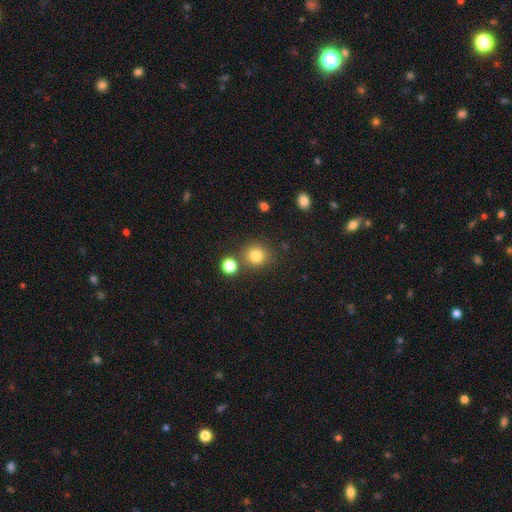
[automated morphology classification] Overall: smooth (81%). How rounded: round (88%). Merging: none (77%).